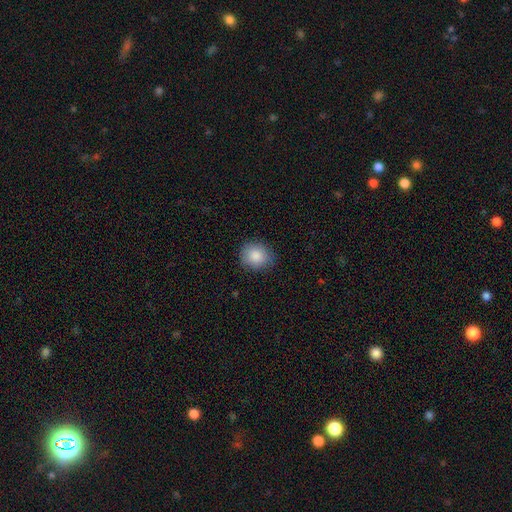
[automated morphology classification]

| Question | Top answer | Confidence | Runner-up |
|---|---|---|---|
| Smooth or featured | smooth | 87% | star or artifact (8%) |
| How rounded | round | 74% | in between (25%) |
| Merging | none | 85% | minor disturbance (12%) |